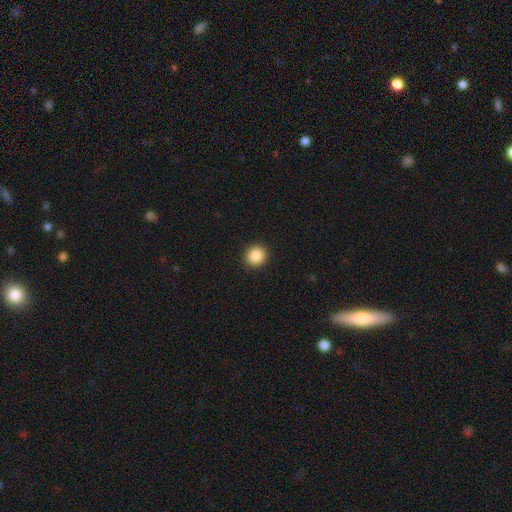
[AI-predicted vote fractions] smooth-or-featured: smooth: 87% | star or artifact: 9% | featured or disk: 4%
  how-rounded: round: 84% | in between: 15% | cigar-shaped: 1%
  merging: none: 92% | minor disturbance: 5% | major disturbance: 2% | merger: 1%